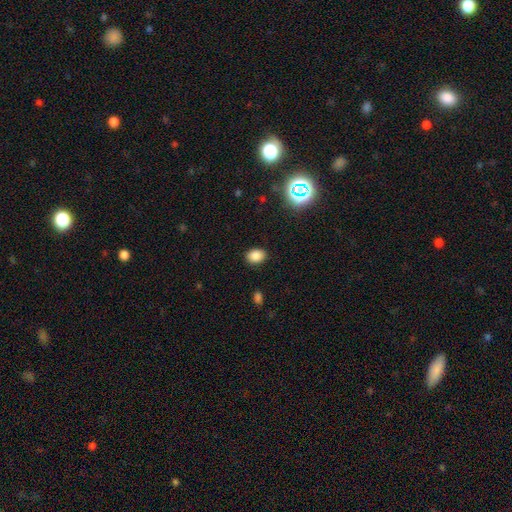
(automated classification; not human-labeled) This appears to be a smooth galaxy with no disk features (85%) that is in between round and cigar-shaped (65%). Merging: none (88%).